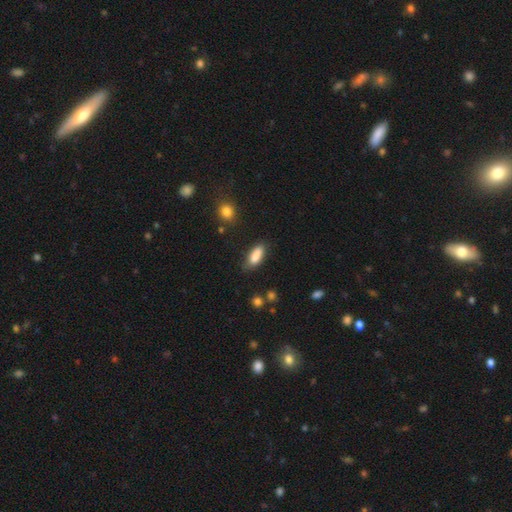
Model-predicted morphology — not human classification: smooth-or-featured: smooth: 86% | star or artifact: 7% | featured or disk: 7%
  how-rounded: in between: 71% | cigar-shaped: 27% | round: 2%
  merging: none: 76% | minor disturbance: 17% | major disturbance: 4% | merger: 3%